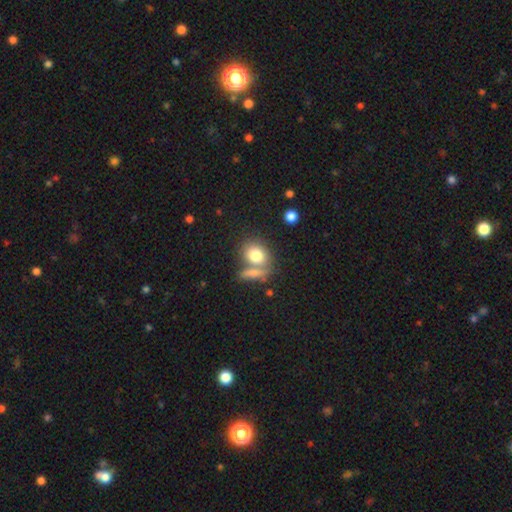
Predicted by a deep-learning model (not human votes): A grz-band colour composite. It shows a smooth galaxy with no disk features (79%) that is round (49%). Merging: none (47%).